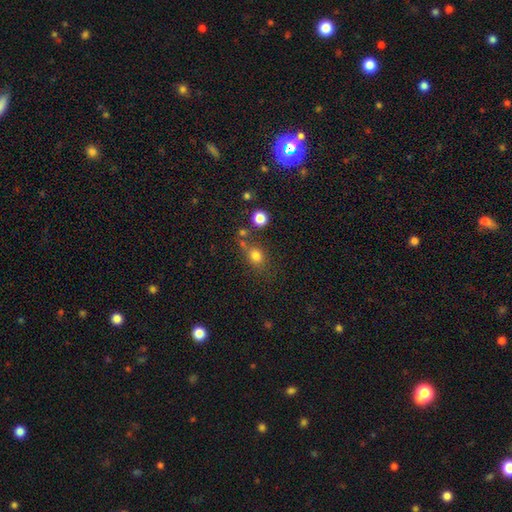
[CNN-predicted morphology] The model was most divided on "how rounded": round: 59%, in between: 39%, cigar-shaped: 2%. More confident: smooth or featured — smooth (79%); merging — none (60%).